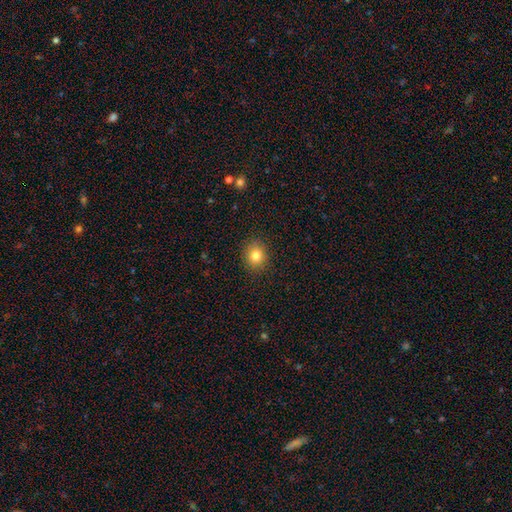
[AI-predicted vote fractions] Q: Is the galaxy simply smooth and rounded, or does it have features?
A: smooth — 82%.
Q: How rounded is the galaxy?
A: round — 75%.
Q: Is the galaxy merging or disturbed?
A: none — 89%.